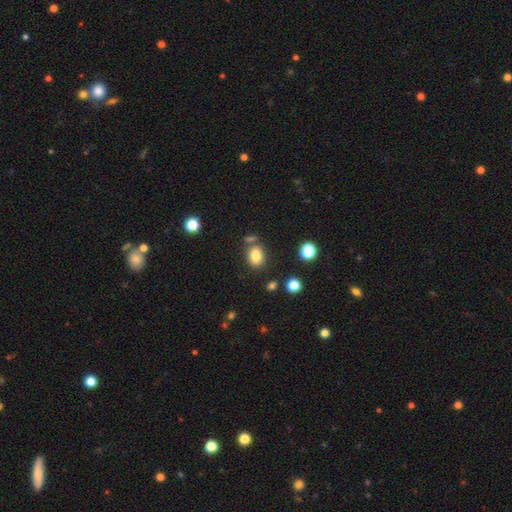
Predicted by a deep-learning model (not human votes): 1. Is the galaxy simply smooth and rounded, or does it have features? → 83% smooth, 10% star or artifact, 7% featured or disk.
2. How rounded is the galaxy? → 63% in between, 35% round, 1% cigar-shaped.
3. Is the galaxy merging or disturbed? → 71% none, 13% minor disturbance, 13% merger, 4% major disturbance.